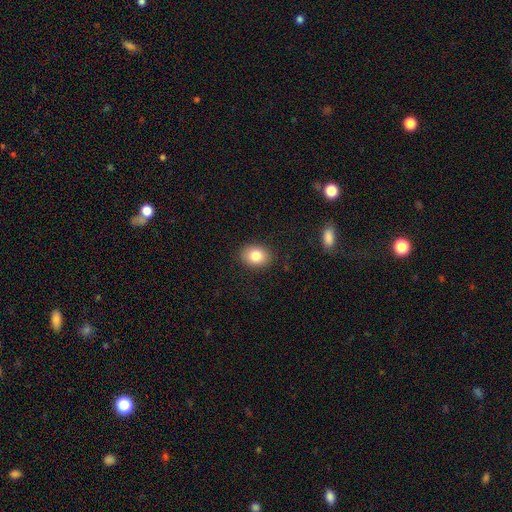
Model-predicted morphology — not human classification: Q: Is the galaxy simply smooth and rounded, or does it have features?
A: smooth — 82%.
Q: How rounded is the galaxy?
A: in between — 61%.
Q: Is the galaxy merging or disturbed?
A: none — 88%.